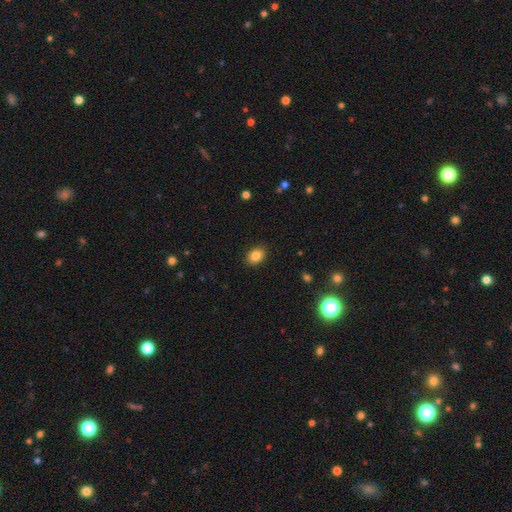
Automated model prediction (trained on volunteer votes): This appears to be a smooth galaxy with no disk features (84%) that is in between round and cigar-shaped (68%). Merging: none (89%).